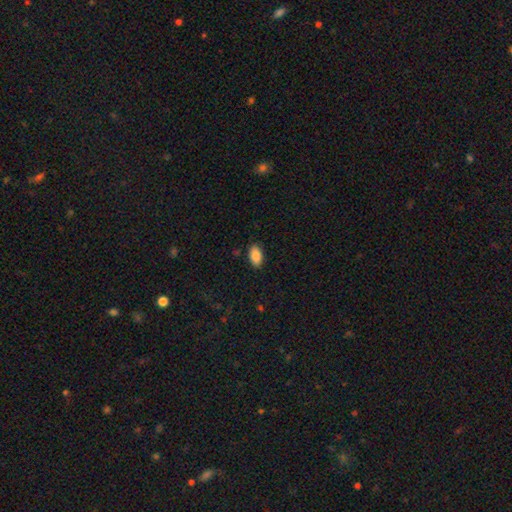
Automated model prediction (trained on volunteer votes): The model was most divided on "merging": none: 87%, minor disturbance: 10%, major disturbance: 2%, merger: 1%. More confident: how rounded — in between (94%); smooth or featured — smooth (87%).